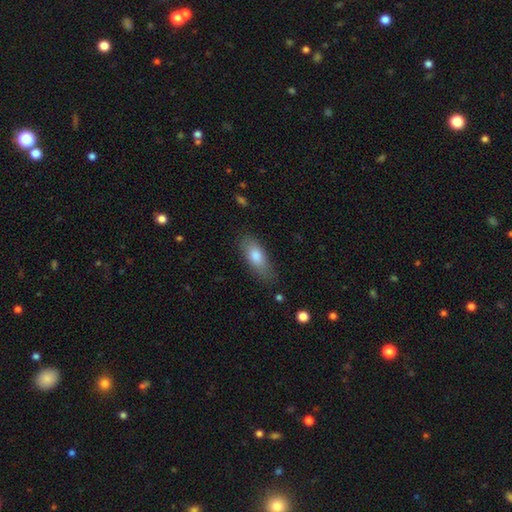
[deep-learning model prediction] Morphology: type=smooth (79%); roundness=in between (75%); merging=none (74%).